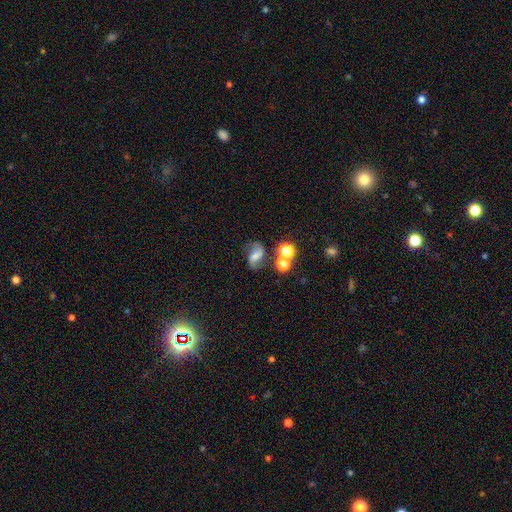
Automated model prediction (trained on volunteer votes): The model was most divided on "bulge size": moderate: 34%, small: 33%, none: 21%, large: 10%, dominant: 3%. Remaining: edge-on disk — no (97%); spiral arms — yes (92%); spiral arm count — 2 (90%); smooth or featured — featured or disk (64%); merging — none (63%); spiral winding — loose (56%); bar — weak (43%).